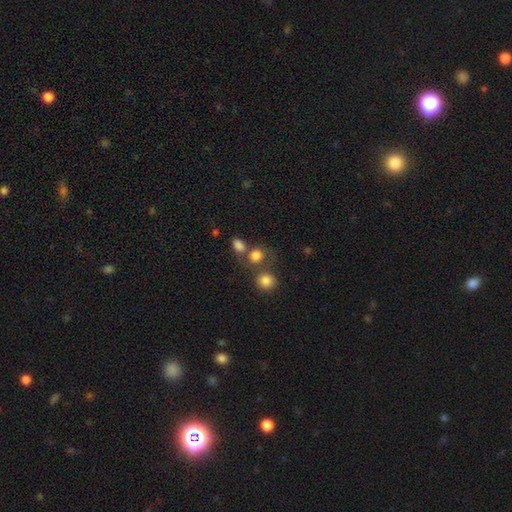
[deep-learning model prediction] Smooth or featured?
  - smooth: 79% *
  - star or artifact: 13%
  - featured or disk: 8%
How rounded?
  - round: 68% *
  - in between: 31%
  - cigar-shaped: 1%
Merging?
  - none: 49% *
  - merger: 34%
  - minor disturbance: 11%
  - major disturbance: 6%